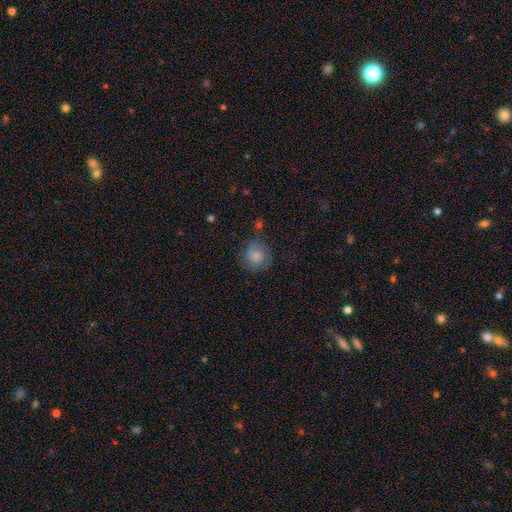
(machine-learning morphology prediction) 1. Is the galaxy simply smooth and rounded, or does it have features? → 71% smooth, 21% featured or disk, 9% star or artifact.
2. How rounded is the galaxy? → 87% round, 12% in between, 1% cigar-shaped.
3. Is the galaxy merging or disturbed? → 66% none, 21% minor disturbance, 9% major disturbance, 4% merger.